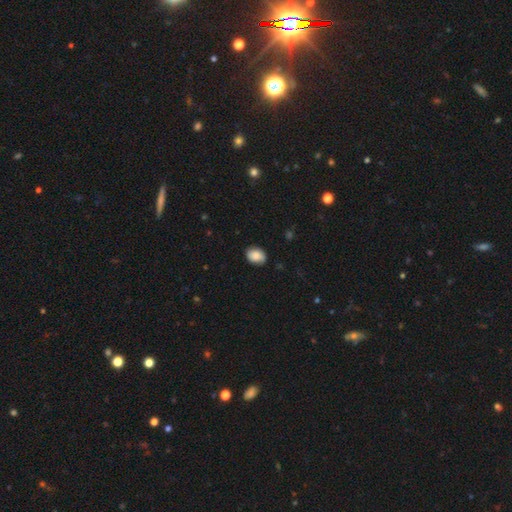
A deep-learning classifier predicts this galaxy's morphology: Q: Smooth or featured?
A: smooth (85%); runner-up: featured or disk (8%)
Q: How rounded?
A: in between (74%); runner-up: round (25%)
Q: Merging?
A: none (81%); runner-up: minor disturbance (15%)